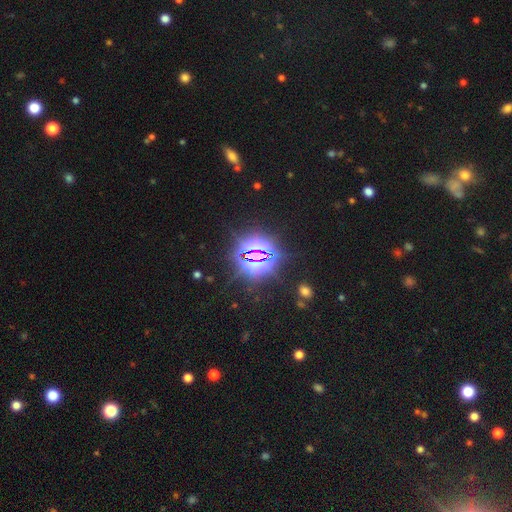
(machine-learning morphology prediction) Smooth or featured? star or artifact (82%)